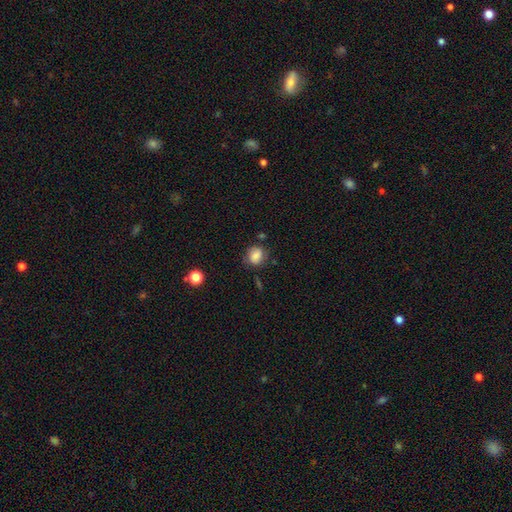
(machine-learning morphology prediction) Q: Smooth or featured?
A: smooth (80%); runner-up: star or artifact (10%)
Q: How rounded?
A: round (60%); runner-up: in between (39%)
Q: Merging?
A: none (68%); runner-up: minor disturbance (21%)